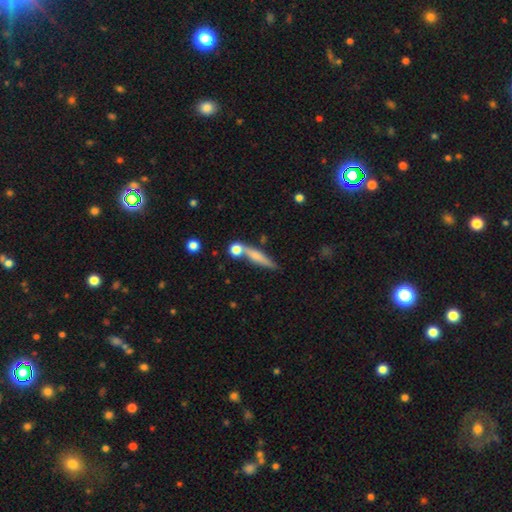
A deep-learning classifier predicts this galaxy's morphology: Q: Smooth or featured?
A: smooth (57%); runner-up: featured or disk (35%)
Q: How rounded?
A: cigar-shaped (84%); runner-up: in between (12%)
Q: Merging?
A: none (65%); runner-up: merger (16%)